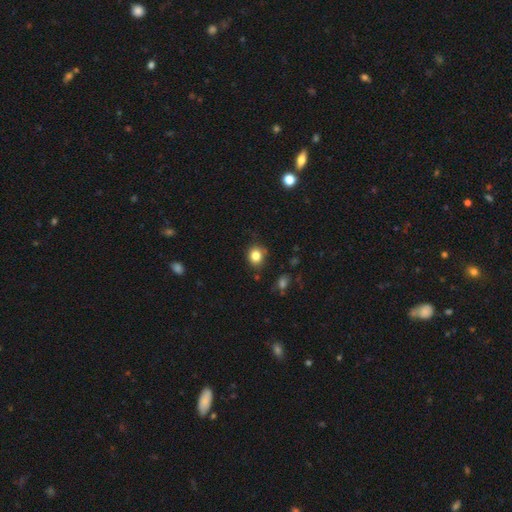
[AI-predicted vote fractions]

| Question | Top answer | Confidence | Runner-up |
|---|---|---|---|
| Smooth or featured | smooth | 83% | star or artifact (11%) |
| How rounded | round | 74% | in between (25%) |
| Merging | none | 82% | minor disturbance (13%) |